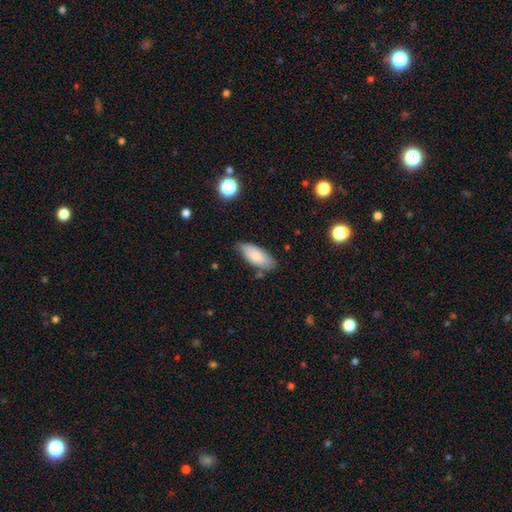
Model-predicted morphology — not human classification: smooth 79%, featured or disk 14%, star or artifact 6%. Down the decision tree: how rounded — in between (84%); merging — none (74%).